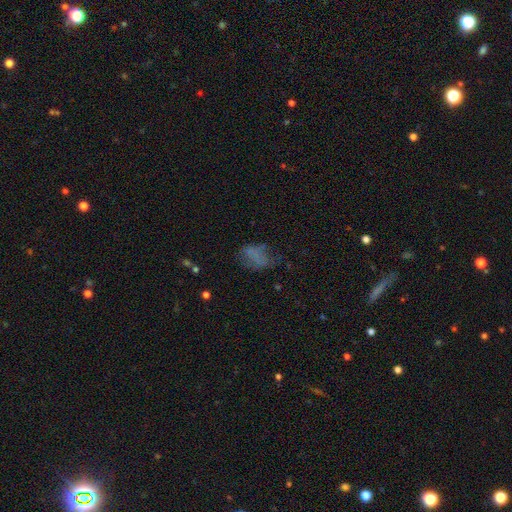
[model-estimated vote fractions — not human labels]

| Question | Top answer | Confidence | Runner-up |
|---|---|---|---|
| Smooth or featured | smooth | 55% | featured or disk (27%) |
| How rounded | in between | 82% | round (15%) |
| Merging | none | 44% | major disturbance (28%) |